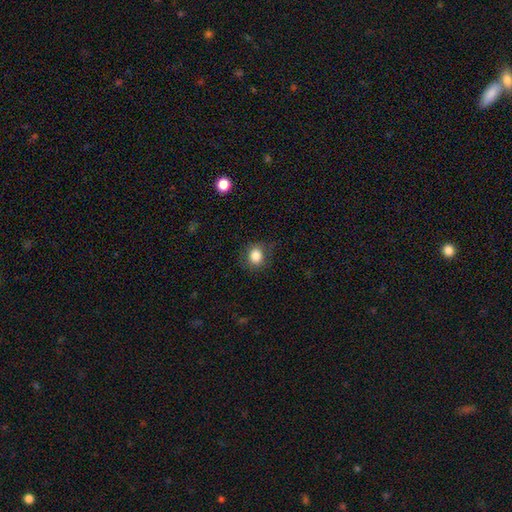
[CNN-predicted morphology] Smooth or featured?
  - smooth: 84% *
  - star or artifact: 10%
  - featured or disk: 6%
How rounded?
  - round: 72% *
  - in between: 27%
  - cigar-shaped: 1%
Merging?
  - none: 80% *
  - minor disturbance: 14%
  - major disturbance: 5%
  - merger: 1%